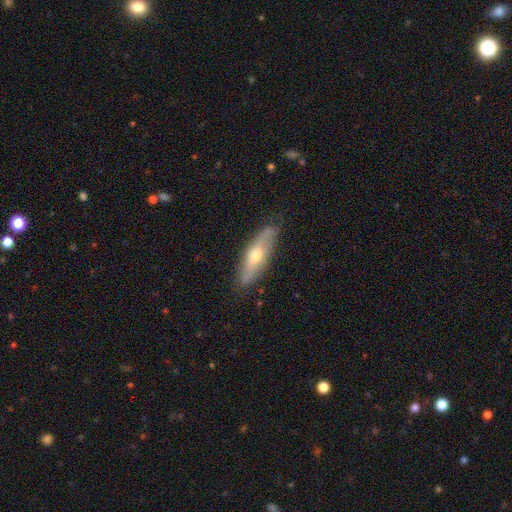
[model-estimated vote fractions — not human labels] Smooth or featured? featured or disk (52%)
Edge-on disk? yes (60%)
Merging? none (82%)